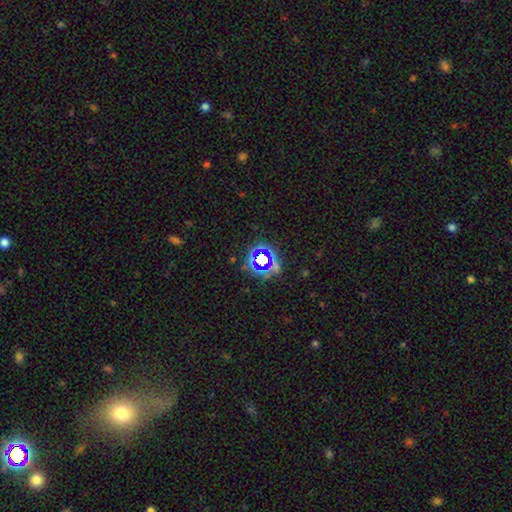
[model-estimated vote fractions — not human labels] This is likely a star or artifact rather than a galaxy (68%).